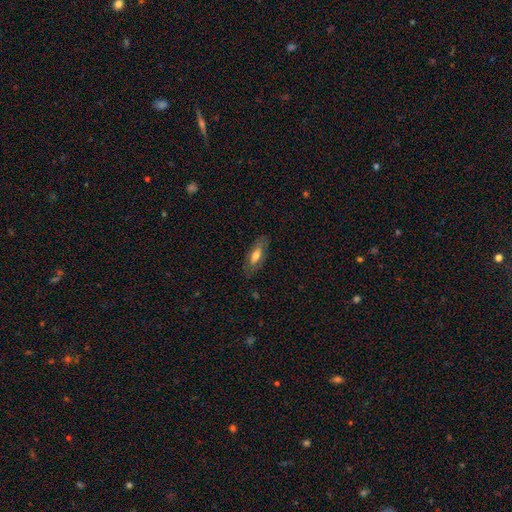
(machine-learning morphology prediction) type=smooth (59%); roundness=in between (74%); merging=none (79%).